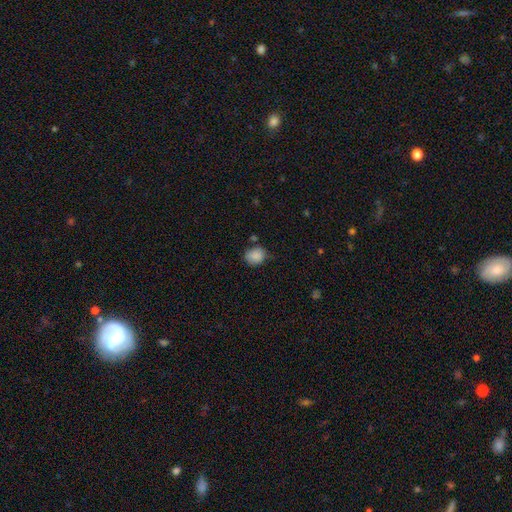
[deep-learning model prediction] Smooth or featured?
  - smooth: 87% *
  - star or artifact: 9%
  - featured or disk: 4%
How rounded?
  - round: 64% *
  - in between: 35%
  - cigar-shaped: 1%
Merging?
  - none: 69% *
  - minor disturbance: 22%
  - merger: 5%
  - major disturbance: 5%